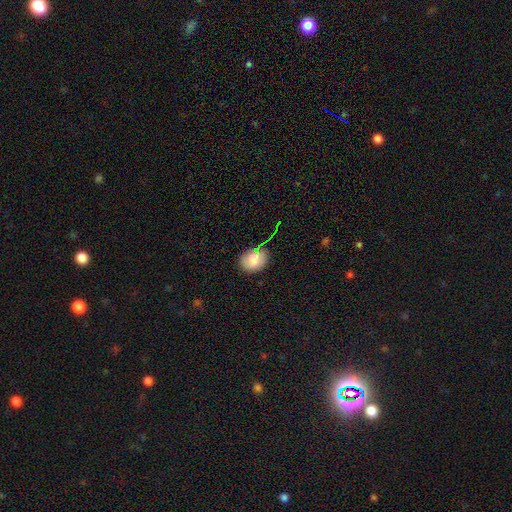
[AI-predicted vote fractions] Q: Smooth or featured?
A: smooth (76%); runner-up: featured or disk (12%)
Q: How rounded?
A: round (55%); runner-up: in between (44%)
Q: Merging?
A: none (77%); runner-up: minor disturbance (15%)